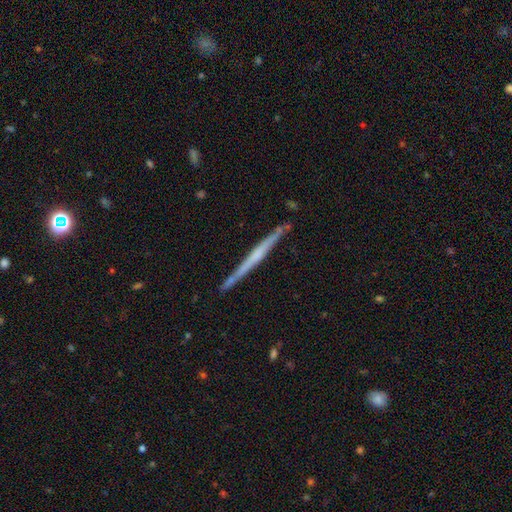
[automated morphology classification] Smooth or featured: featured or disk — 68% (smooth — 26%)
Edge-on disk: yes — 98% (no — 2%)
Edge-on bulge: none — 58% (rounded — 28%)
Merging: none — 87% (minor disturbance — 10%)